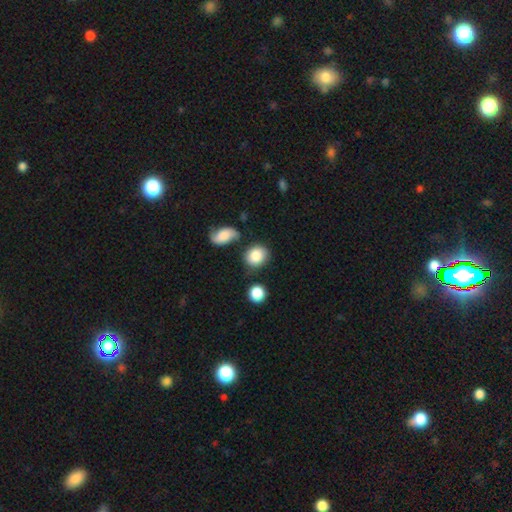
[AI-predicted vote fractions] smooth-or-featured: smooth: 83% | featured or disk: 8% | star or artifact: 8%
  how-rounded: round: 61% | in between: 38% | cigar-shaped: 1%
  merging: none: 68% | minor disturbance: 18% | merger: 9% | major disturbance: 5%